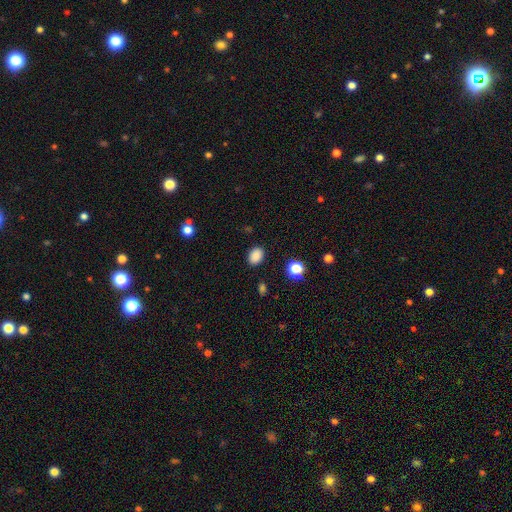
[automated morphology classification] Smooth or featured? Predicted: smooth (p=0.86). How rounded? Predicted: in between (p=0.66). Merging? Predicted: none (p=0.88).